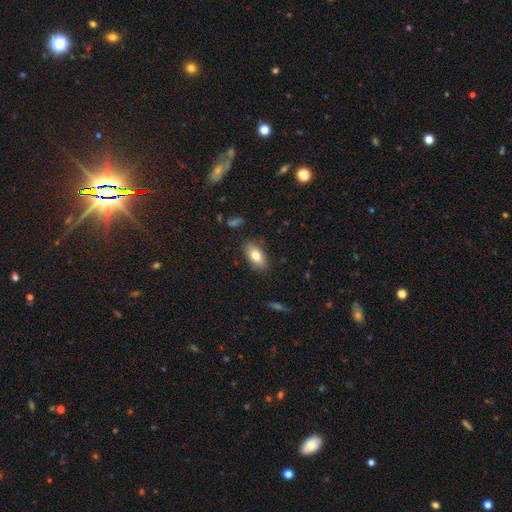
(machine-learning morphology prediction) smooth 77%, featured or disk 15%, star or artifact 8%. Down the decision tree: how rounded — in between (89%); merging — none (85%).